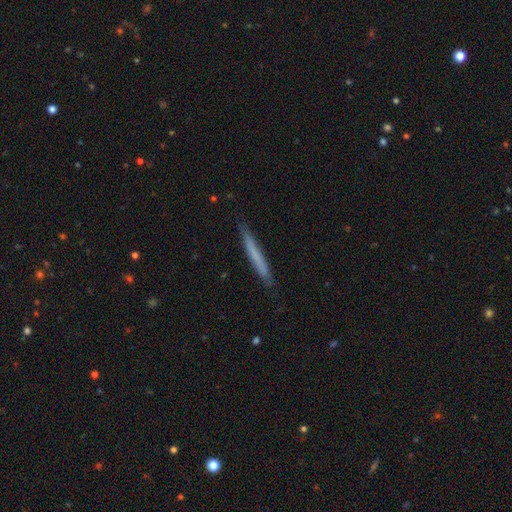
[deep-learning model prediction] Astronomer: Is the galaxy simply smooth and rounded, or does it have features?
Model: smooth — 62%.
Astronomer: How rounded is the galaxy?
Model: cigar-shaped — 97%.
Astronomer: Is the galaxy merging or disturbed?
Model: none — 88%.